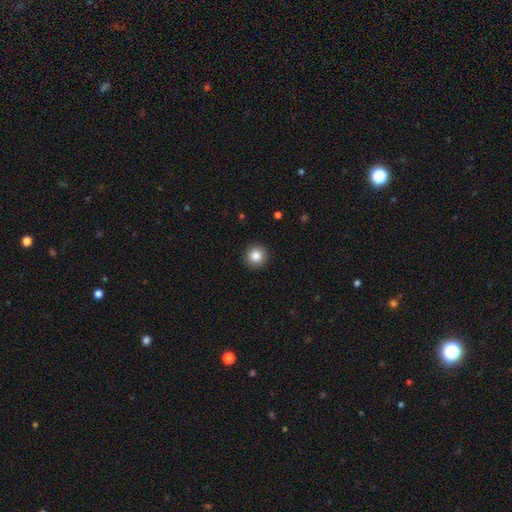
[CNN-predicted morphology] This appears to be a smooth galaxy with no disk features (86%) that is round (95%). Merging: none (92%).